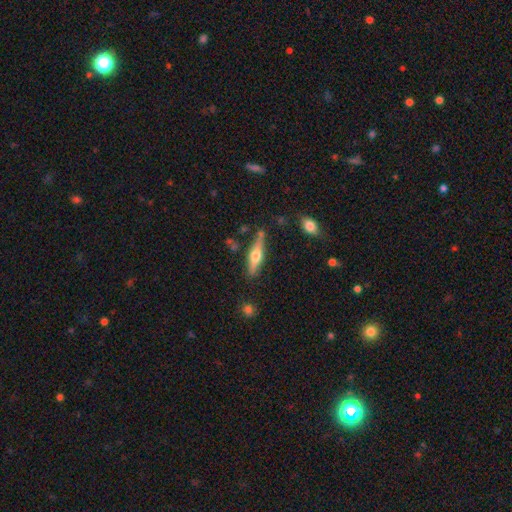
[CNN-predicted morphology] smooth-or-featured: featured or disk: 61% | smooth: 33% | star or artifact: 6%
  disk-edge-on: yes: 95% | no: 5%
    edge-on-bulge: rounded: 94% | boxy: 4% | none: 2%
  merging: none: 79% | minor disturbance: 13% | merger: 4% | major disturbance: 3%